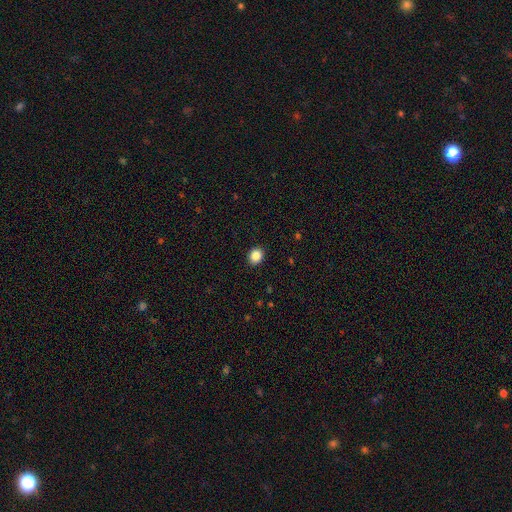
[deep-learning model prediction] This appears to be a smooth galaxy with no disk features (87%) that is round (66%). Merging: none (92%).